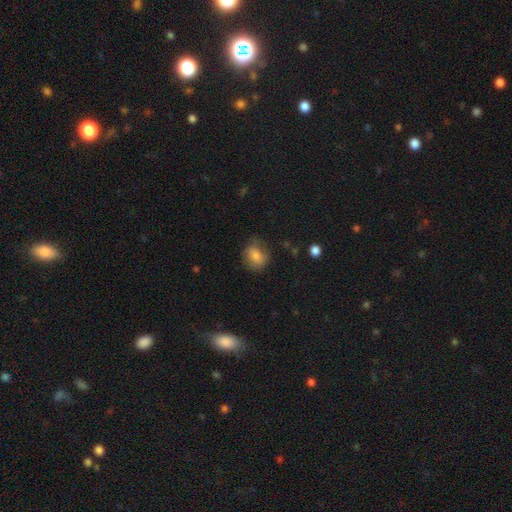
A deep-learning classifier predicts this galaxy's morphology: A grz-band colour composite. It shows a smooth galaxy with no disk features (75%) that is round (61%). Merging: none (66%).